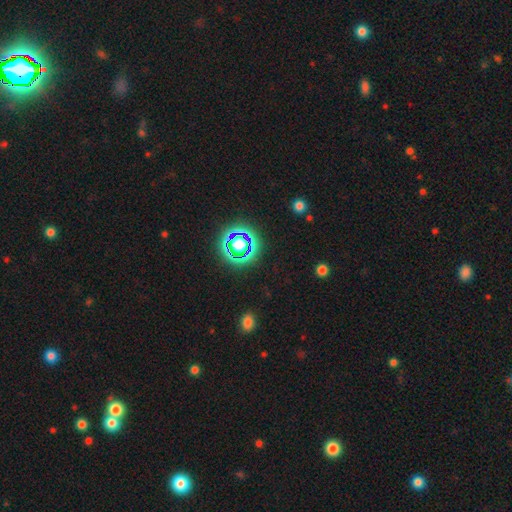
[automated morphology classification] smooth-or-featured: star or artifact: 73% | smooth: 19% | featured or disk: 8%